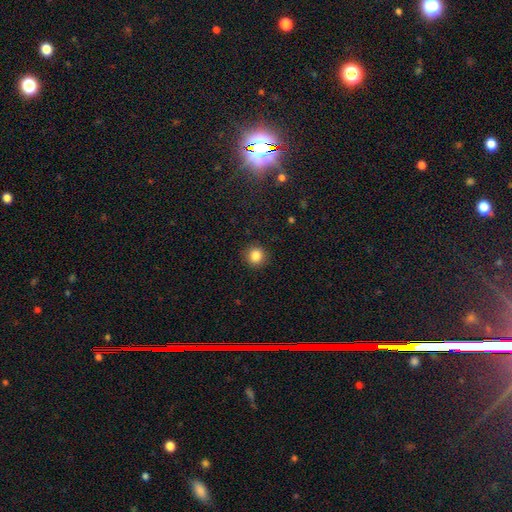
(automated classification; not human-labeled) Smooth or featured? smooth (84%)
How rounded? round (93%)
Merging? none (91%)